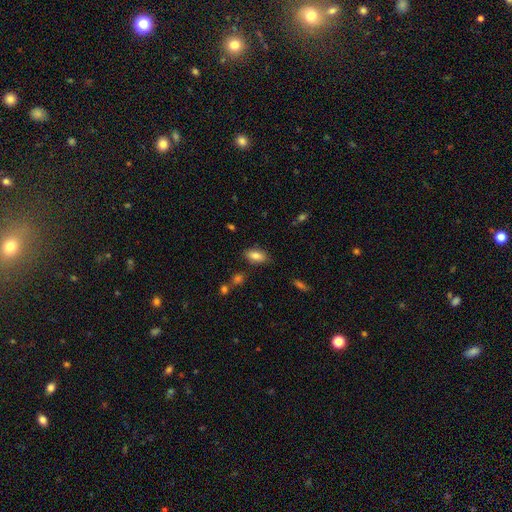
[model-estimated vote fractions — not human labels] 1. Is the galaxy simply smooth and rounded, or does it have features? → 81% smooth, 11% featured or disk, 8% star or artifact.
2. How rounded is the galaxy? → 89% in between, 7% cigar-shaped, 4% round.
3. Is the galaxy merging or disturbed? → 82% none, 13% minor disturbance, 3% major disturbance, 3% merger.